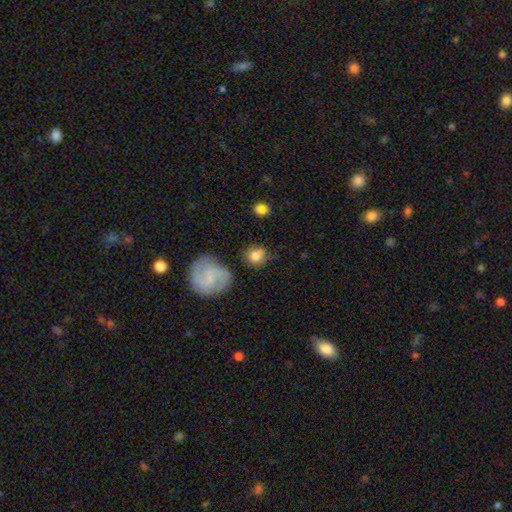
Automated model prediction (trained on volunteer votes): smooth 65%, featured or disk 26%, star or artifact 9%. Down the decision tree: how rounded — round (80%); merging — none (69%).